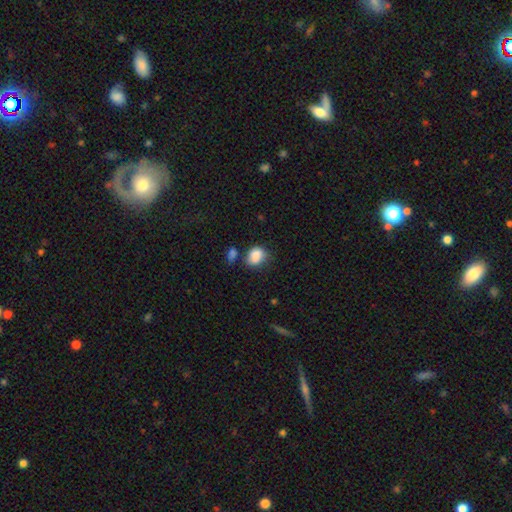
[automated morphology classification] This appears to be a smooth galaxy with no disk features (85%) that is in between round and cigar-shaped (55%). Merging: none (50%).